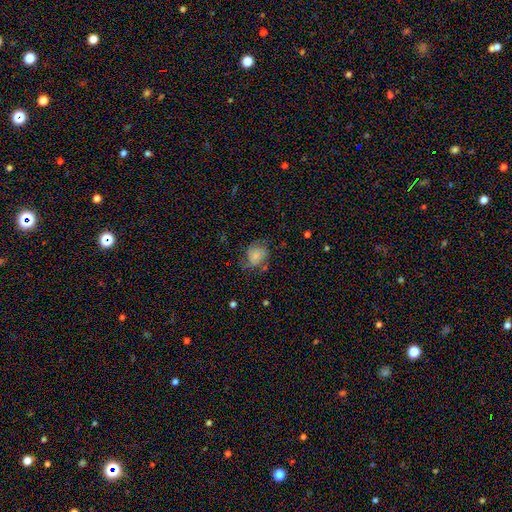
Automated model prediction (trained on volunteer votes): Smooth or featured? smooth (58%)
How rounded? in between (50%)
Merging? none (49%)